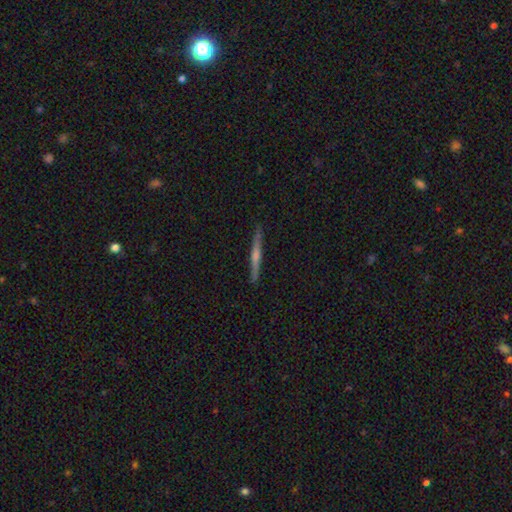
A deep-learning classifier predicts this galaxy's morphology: A featured or disk galaxy (70%) viewed edge-on (97%) with a rounded central bulge (78%).

Vote fractions:
- Smooth or featured? featured or disk: 70% / smooth: 20% / star or artifact: 10%
- Edge-on disk? yes: 97% / no: 3%
- Edge-on bulge? rounded: 78% / none: 14% / boxy: 8%
- Merging? none: 90% / minor disturbance: 7% / major disturbance: 2% / merger: 1%